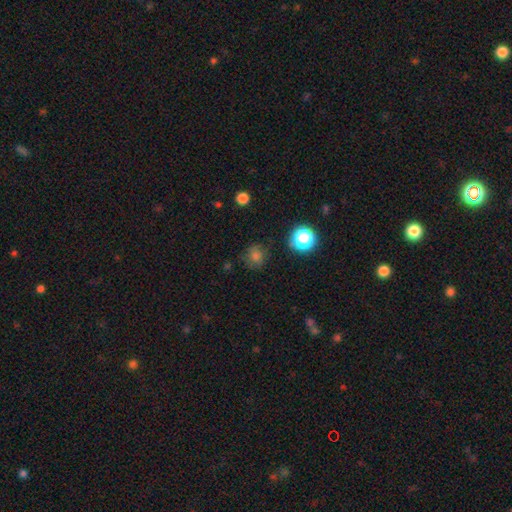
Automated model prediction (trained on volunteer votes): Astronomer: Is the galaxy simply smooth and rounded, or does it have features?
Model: smooth — 74%.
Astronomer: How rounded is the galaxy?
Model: round — 88%.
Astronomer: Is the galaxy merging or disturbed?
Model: none — 79%.